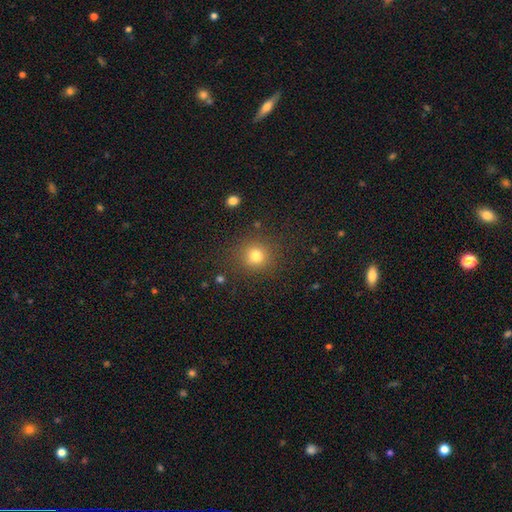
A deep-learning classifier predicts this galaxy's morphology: Q: Smooth or featured?
A: smooth (78%); runner-up: star or artifact (15%)
Q: How rounded?
A: round (90%); runner-up: in between (9%)
Q: Merging?
A: none (86%); runner-up: minor disturbance (8%)